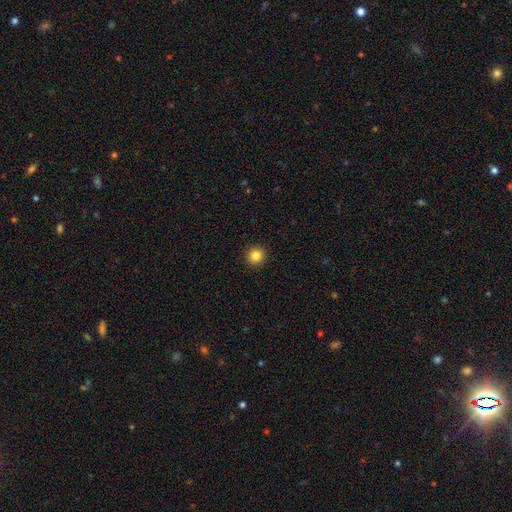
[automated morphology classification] Smooth or featured? smooth (84%)
How rounded? round (95%)
Merging? none (93%)